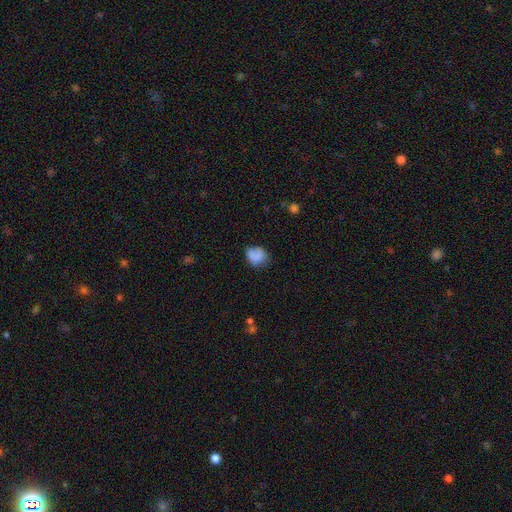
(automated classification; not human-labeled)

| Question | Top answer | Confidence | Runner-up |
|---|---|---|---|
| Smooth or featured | smooth | 75% | featured or disk (15%) |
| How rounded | round | 59% | in between (40%) |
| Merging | none | 54% | minor disturbance (29%) |